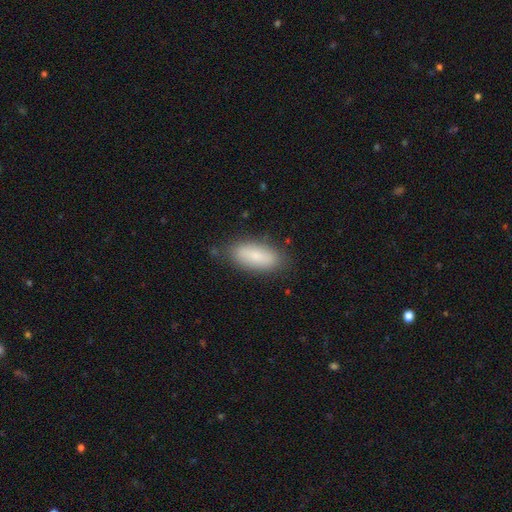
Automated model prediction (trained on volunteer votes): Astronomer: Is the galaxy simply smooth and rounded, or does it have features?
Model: smooth — 81%.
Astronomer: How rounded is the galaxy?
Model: in between — 81%.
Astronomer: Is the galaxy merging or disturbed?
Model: none — 82%.